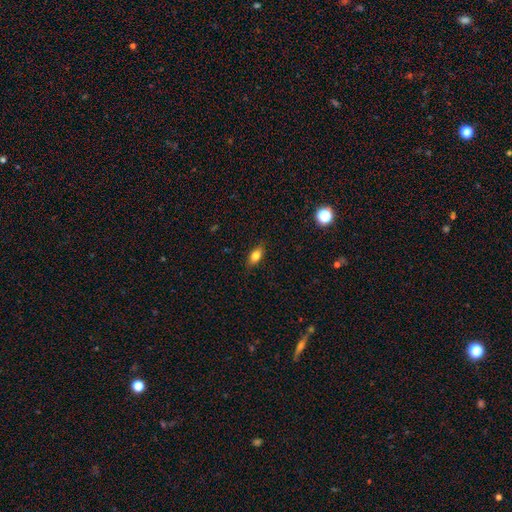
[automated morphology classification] Smooth or featured: smooth — 80% (featured or disk — 11%)
How rounded: in between — 83% (cigar-shaped — 8%)
Merging: none — 85% (minor disturbance — 12%)